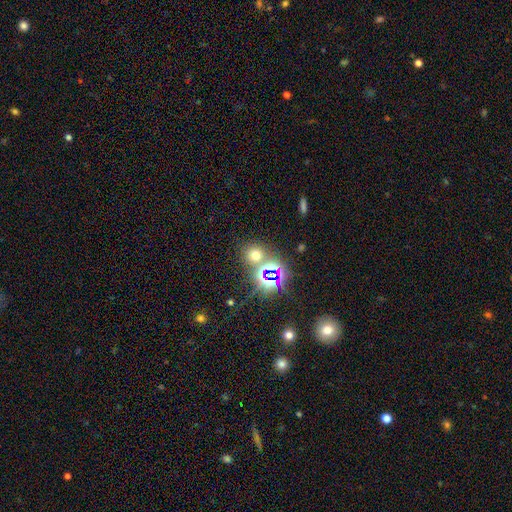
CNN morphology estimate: Q: Smooth or featured?
A: smooth (52%); runner-up: star or artifact (40%)
Q: How rounded?
A: round (82%); runner-up: in between (17%)
Q: Merging?
A: none (71%); runner-up: merger (17%)